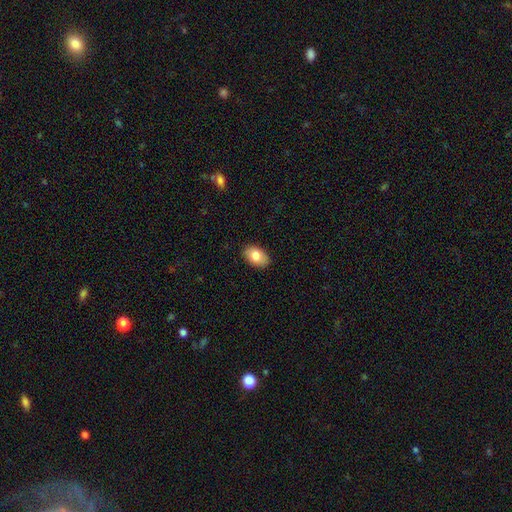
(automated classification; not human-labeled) smooth_or_featured: smooth (p=0.82) [alt: featured or disk p=0.11]
how_rounded: in between (p=0.89) [alt: round p=0.10]
merging: none (p=0.88) [alt: minor disturbance p=0.09]